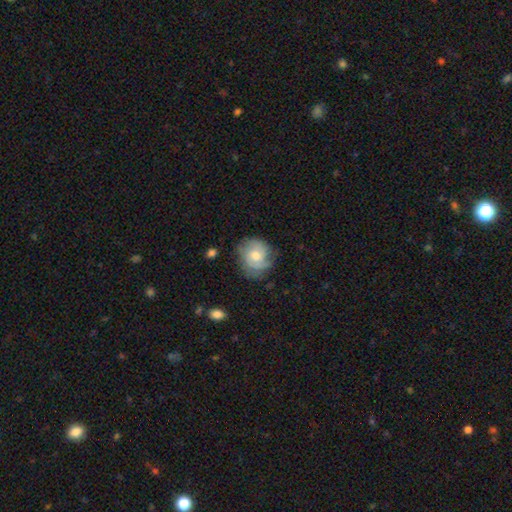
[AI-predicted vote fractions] This appears to be a featured or disk galaxy (57%) with no bar (73%), spiral arms (86%) and a moderate central bulge (62%). Merging: none (66%).